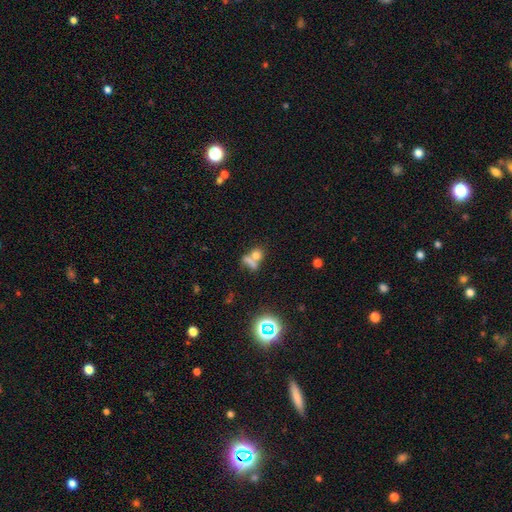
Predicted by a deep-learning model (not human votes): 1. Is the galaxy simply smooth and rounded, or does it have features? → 69% smooth, 16% star or artifact, 15% featured or disk.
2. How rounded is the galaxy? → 61% round, 31% in between, 7% cigar-shaped.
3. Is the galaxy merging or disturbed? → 50% merger, 36% none, 8% minor disturbance, 6% major disturbance.